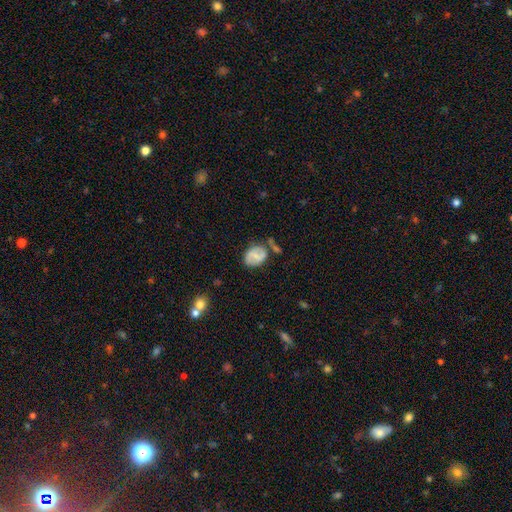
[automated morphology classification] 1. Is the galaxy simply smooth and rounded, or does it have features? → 52% smooth, 38% featured or disk, 9% star or artifact.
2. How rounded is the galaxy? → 67% in between, 32% round, 1% cigar-shaped.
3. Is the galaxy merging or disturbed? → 51% none, 25% minor disturbance, 14% merger, 10% major disturbance.